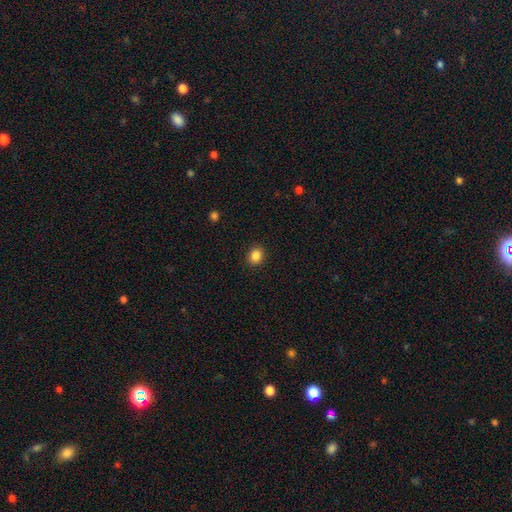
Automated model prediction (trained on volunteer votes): This is clearly a smooth galaxy (86%). How rounded: likely round (65%). Merging: clearly none (91%).